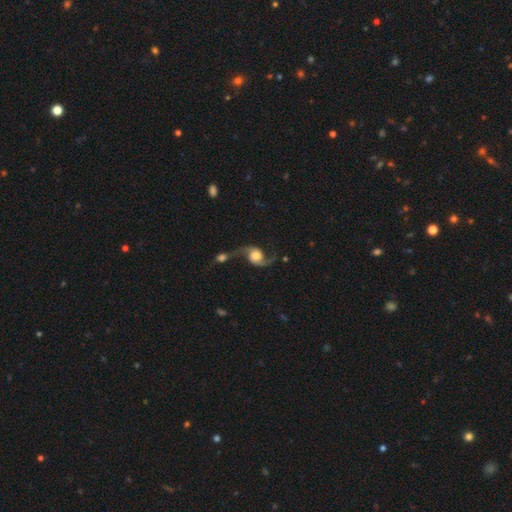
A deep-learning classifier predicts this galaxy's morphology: Smooth or featured: featured or disk — 84% (smooth — 10%)
Edge-on disk: no — 96% (yes — 4%)
Bar: no — 68% (weak — 26%)
Spiral arms: yes — 96% (no — 4%)
Spiral winding: loose — 79% (medium — 17%)
Spiral arm count: 2 — 91% (1 — 5%)
Bulge size: large — 47% (moderate — 28%)
Merging: none — 39% (merger — 37%)